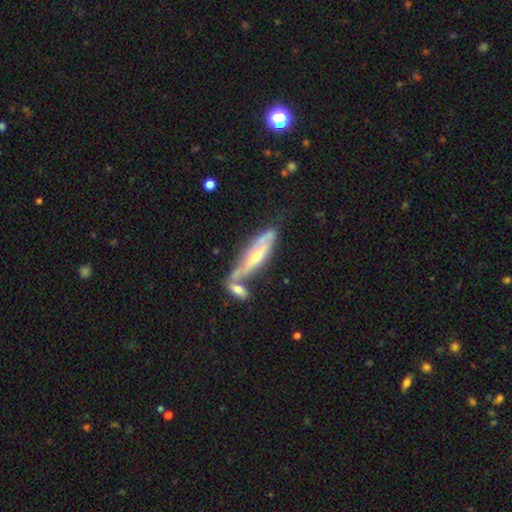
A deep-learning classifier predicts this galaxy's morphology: smooth-or-featured: featured or disk: 68% | smooth: 26% | star or artifact: 6%
  disk-edge-on: yes: 55% | no: 45%
  merging: none: 39% | merger: 35% | minor disturbance: 18% | major disturbance: 8%